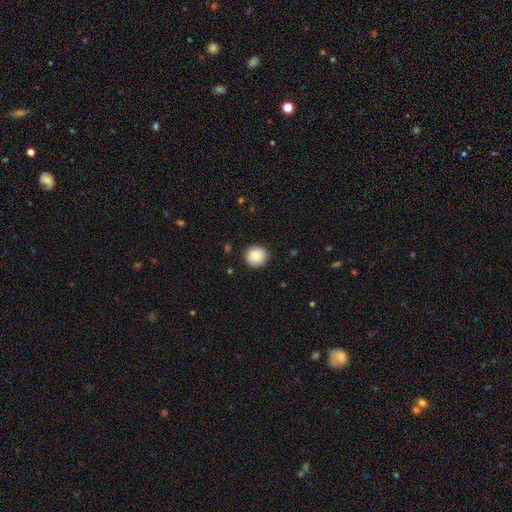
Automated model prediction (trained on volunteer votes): smooth 88%, star or artifact 8%, featured or disk 4%. Down the decision tree: how rounded — round (95%); merging — none (91%).